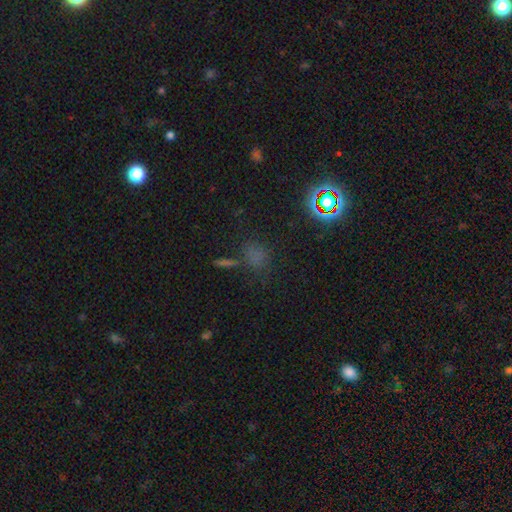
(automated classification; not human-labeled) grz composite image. It shows a smooth galaxy with no disk features (49%). Merging: none (63%).